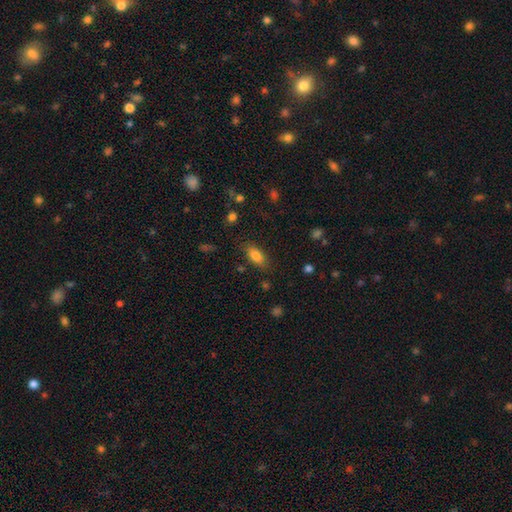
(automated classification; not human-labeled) This appears to be a smooth galaxy with no disk features (82%) that is in between round and cigar-shaped (84%). Merging: none (80%).